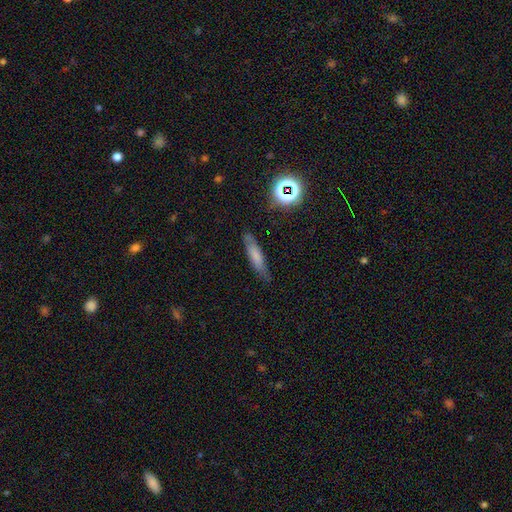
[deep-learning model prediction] A smooth galaxy with no disk features (65%) that is cigar-shaped (77%).

Vote fractions:
- Smooth or featured? smooth: 65% / featured or disk: 23% / star or artifact: 12%
- How rounded? cigar-shaped: 77% / in between: 21% / round: 3%
- Merging? none: 76% / minor disturbance: 17% / major disturbance: 4% / merger: 2%